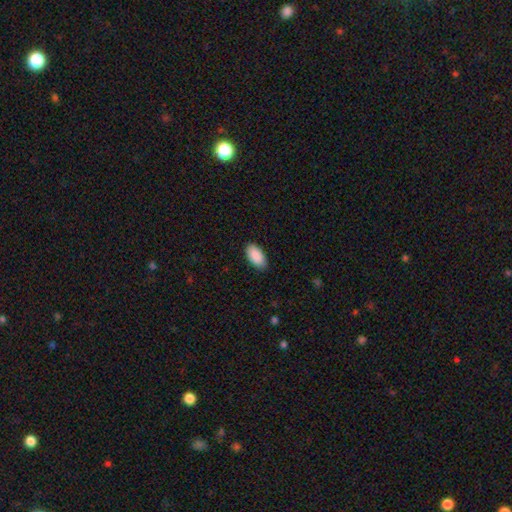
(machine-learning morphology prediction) Smooth or featured? Predicted: smooth (p=0.91). How rounded? Predicted: in between (p=0.95). Merging? Predicted: none (p=0.85).